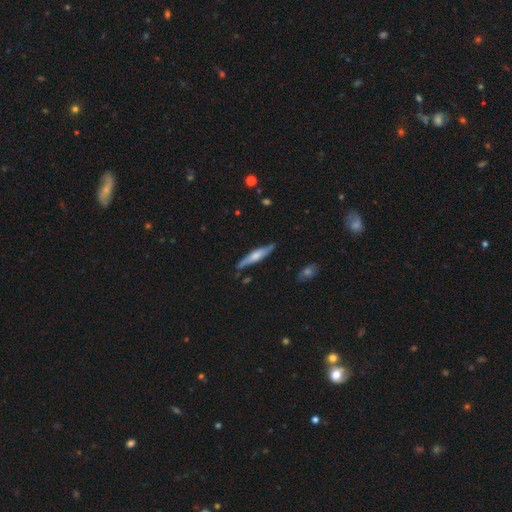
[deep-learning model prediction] smooth_or_featured: featured or disk (p=0.49) [alt: smooth p=0.46]
merging: none (p=0.82) [alt: minor disturbance p=0.13]